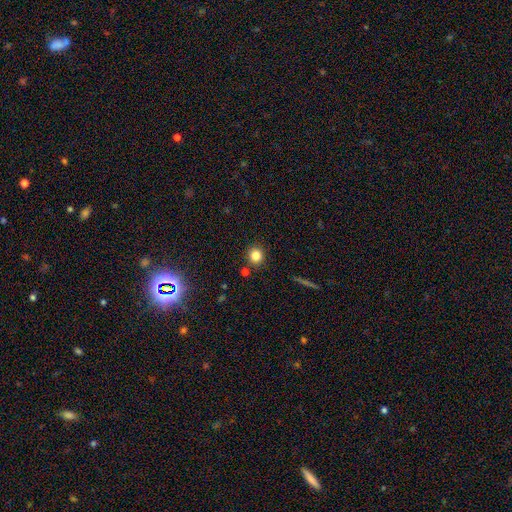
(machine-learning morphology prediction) Q: Smooth or featured?
A: smooth (81%); runner-up: star or artifact (13%)
Q: How rounded?
A: round (91%); runner-up: in between (8%)
Q: Merging?
A: none (87%); runner-up: minor disturbance (6%)